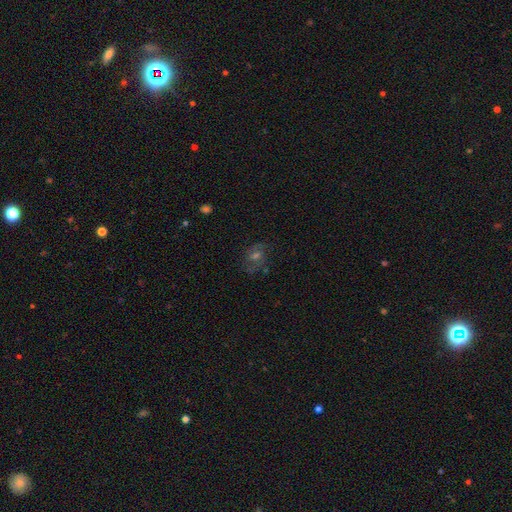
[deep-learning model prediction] Smooth or featured? Predicted: featured or disk (p=0.57). Edge-on disk? Predicted: no (p=0.96). Bar? Predicted: no (p=0.54). Spiral arms? Predicted: yes (p=0.87). Bulge size? Predicted: moderate (p=0.53). Merging? Predicted: none (p=0.77).